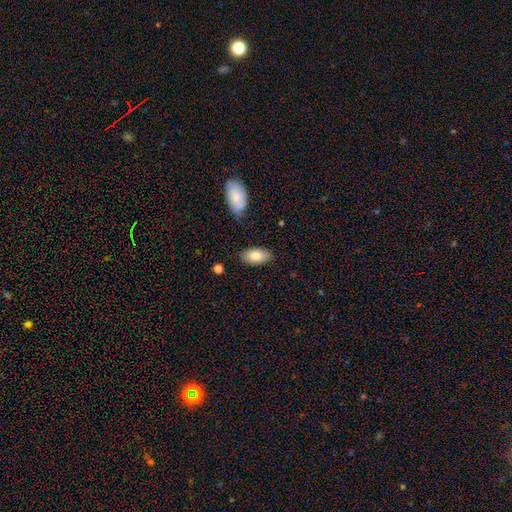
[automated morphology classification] Smooth or featured: smooth — 82% (featured or disk — 12%)
How rounded: in between — 94% (cigar-shaped — 3%)
Merging: none — 82% (minor disturbance — 13%)